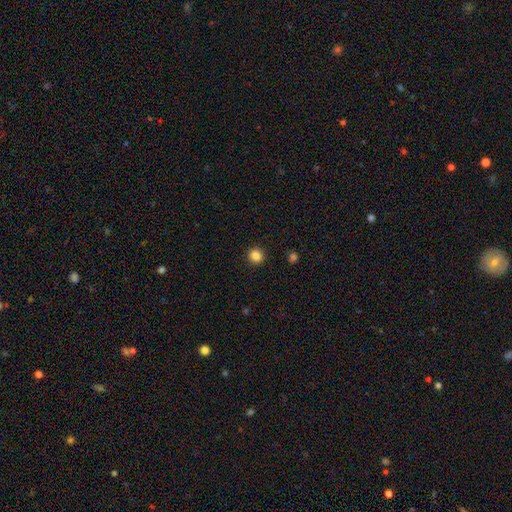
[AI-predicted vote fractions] smooth 85%, star or artifact 11%, featured or disk 4%. Down the decision tree: how rounded — round (89%); merging — none (92%).